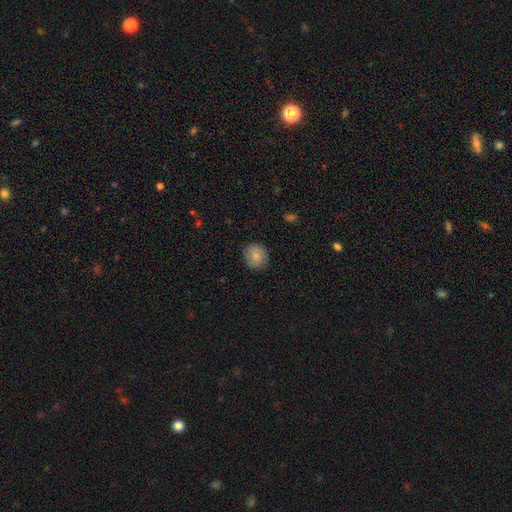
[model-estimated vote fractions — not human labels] Overall: smooth (79%). How rounded: round (81%). Merging: none (82%).